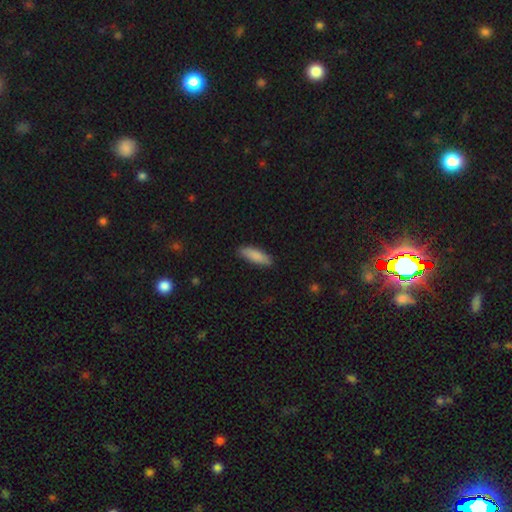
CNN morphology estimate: The model was most divided on "how rounded": in between: 51%, cigar-shaped: 47%, round: 2%. More confident: merging — none (87%); smooth or featured — smooth (87%).